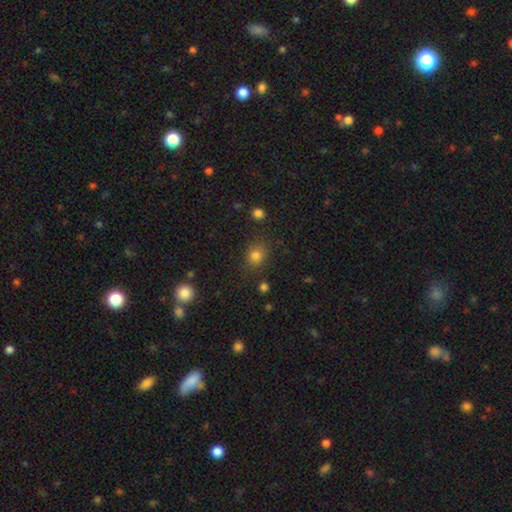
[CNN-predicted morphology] smooth-or-featured: smooth: 80% | star or artifact: 14% | featured or disk: 6%
  how-rounded: round: 68% | in between: 31% | cigar-shaped: 1%
  merging: none: 81% | minor disturbance: 12% | major disturbance: 4% | merger: 3%